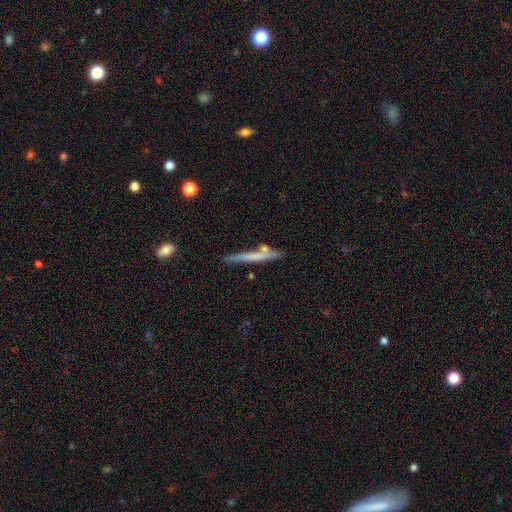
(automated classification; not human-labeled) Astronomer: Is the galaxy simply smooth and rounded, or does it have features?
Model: smooth — 57% (runner-up: featured or disk, 37%).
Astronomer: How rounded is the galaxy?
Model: cigar-shaped — 95%.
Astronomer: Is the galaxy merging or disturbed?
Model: none — 75%.